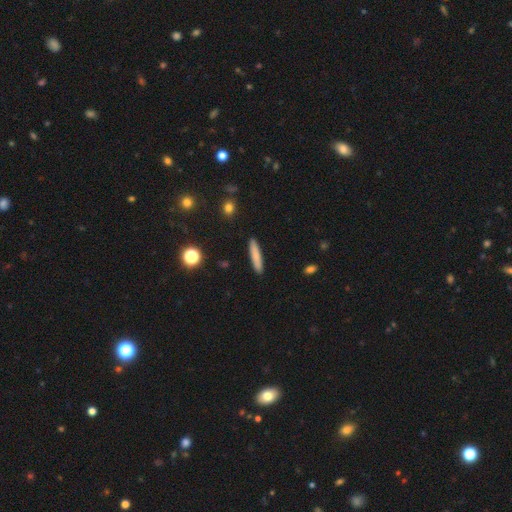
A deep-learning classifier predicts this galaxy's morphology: A smooth galaxy with no disk features (78%) that is cigar-shaped (91%). Merging: none (91%).